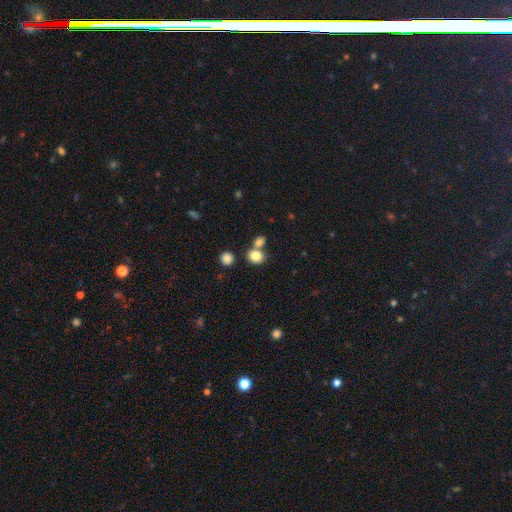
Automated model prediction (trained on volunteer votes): A smooth galaxy with no disk features (82%) that is round (64%). Merging: none (52%).